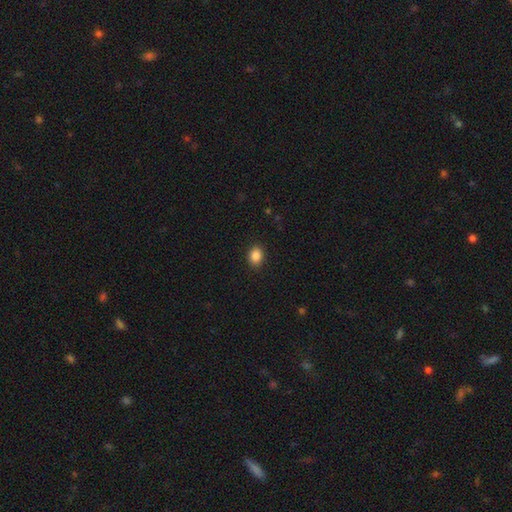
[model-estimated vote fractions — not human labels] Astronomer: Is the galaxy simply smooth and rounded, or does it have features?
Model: smooth — 87%.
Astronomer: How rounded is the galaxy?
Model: in between — 52% (runner-up: round, 47%).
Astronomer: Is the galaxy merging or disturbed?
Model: none — 90%.